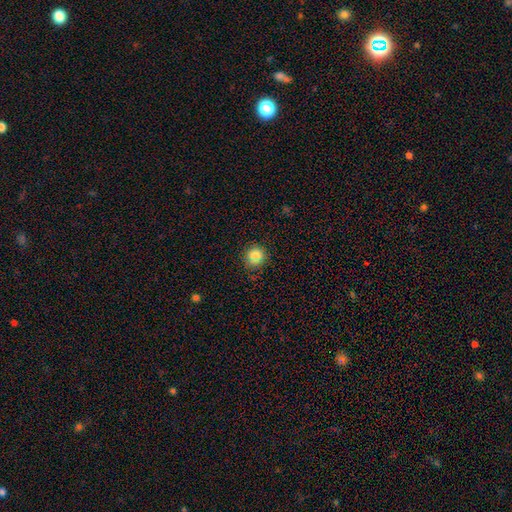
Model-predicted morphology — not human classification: The model was most divided on "smooth or featured": smooth: 83%, star or artifact: 12%, featured or disk: 6%. More confident: how rounded — round (91%); merging — none (86%).